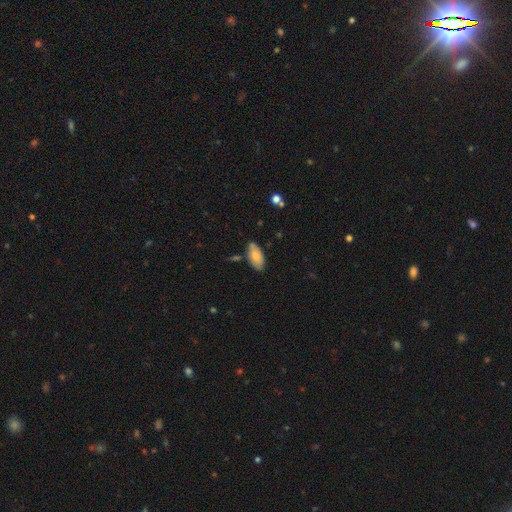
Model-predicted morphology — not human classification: A smooth galaxy with no disk features (74%) that is in between round and cigar-shaped (92%). Merging: none (74%).